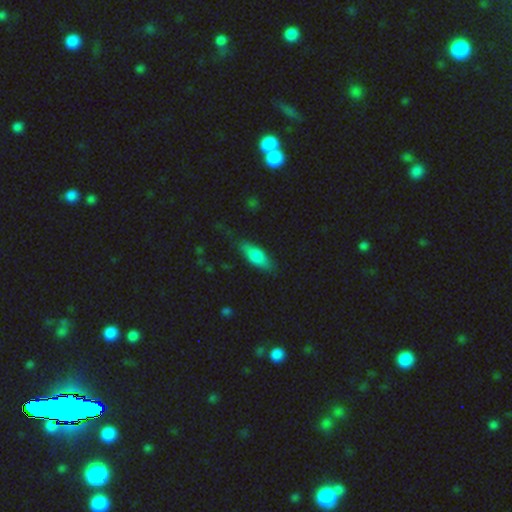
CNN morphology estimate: smooth 74%, featured or disk 19%, star or artifact 7%. Down the decision tree: how rounded — in between (72%); merging — none (70%).